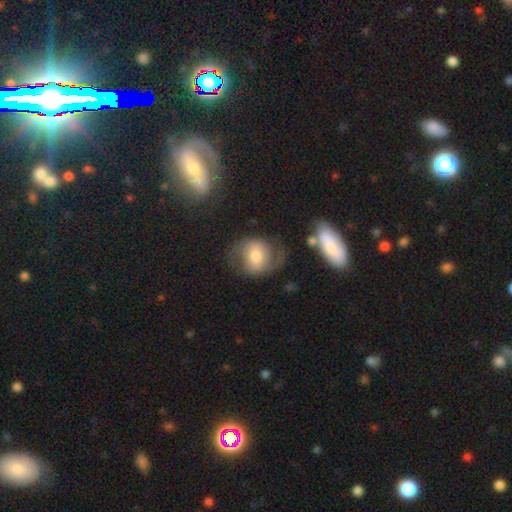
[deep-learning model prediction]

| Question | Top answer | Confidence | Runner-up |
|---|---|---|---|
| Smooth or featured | featured or disk | 58% | smooth (34%) |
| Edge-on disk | no | 97% | yes (3%) |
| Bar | no | 43% | weak (40%) |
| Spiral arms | yes | 87% | no (13%) |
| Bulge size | moderate | 57% | small (25%) |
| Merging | none | 62% | minor disturbance (20%) |